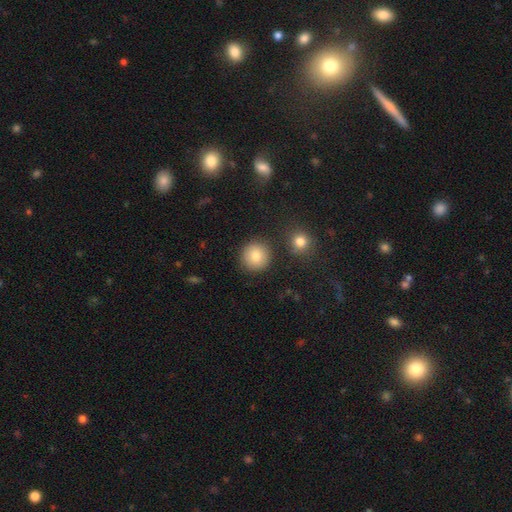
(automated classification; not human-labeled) This appears to be a smooth galaxy with no disk features (83%) that is round (94%). Merging: none (86%).